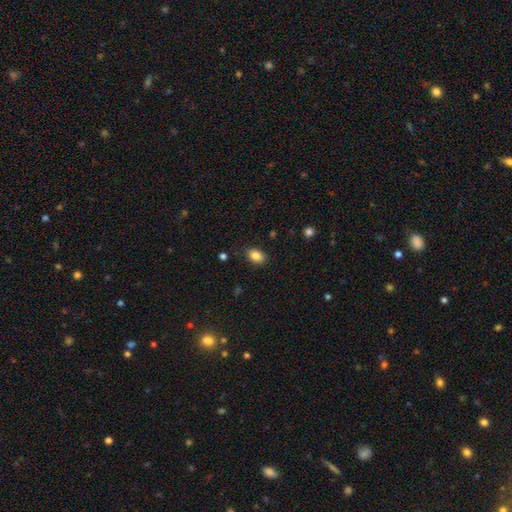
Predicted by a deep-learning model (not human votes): smooth 86%, star or artifact 9%, featured or disk 5%. Down the decision tree: how rounded — in between (85%); merging — none (85%).